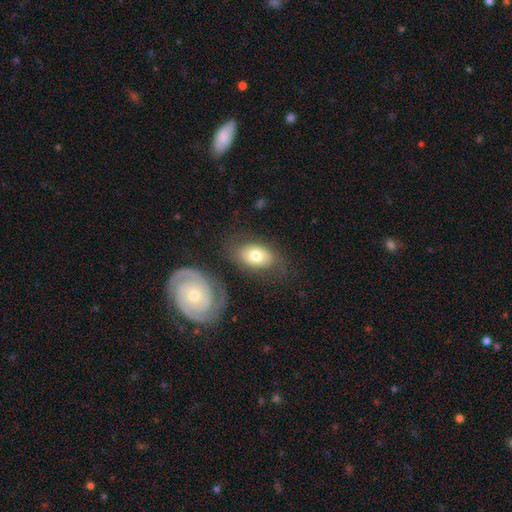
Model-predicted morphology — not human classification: A smooth galaxy with no disk features (67%) that is in between round and cigar-shaped (84%).

Vote fractions:
- Smooth or featured? smooth: 67% / featured or disk: 27% / star or artifact: 7%
- How rounded? in between: 84% / round: 14% / cigar-shaped: 1%
- Merging? none: 66% / minor disturbance: 17% / major disturbance: 9% / merger: 9%